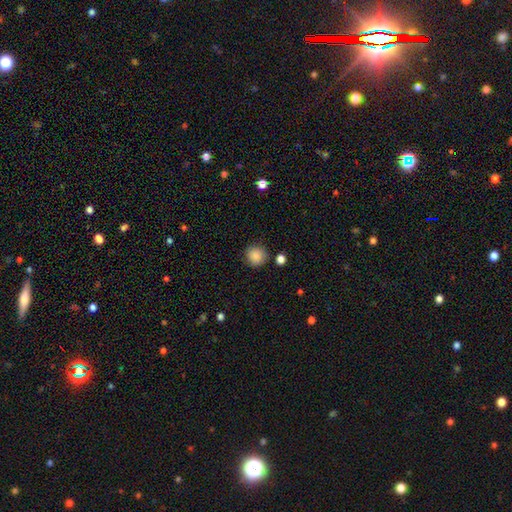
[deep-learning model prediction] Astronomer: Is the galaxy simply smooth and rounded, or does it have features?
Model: smooth — 87%.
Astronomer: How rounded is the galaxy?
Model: round — 93%.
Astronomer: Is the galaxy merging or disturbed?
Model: none — 87%.